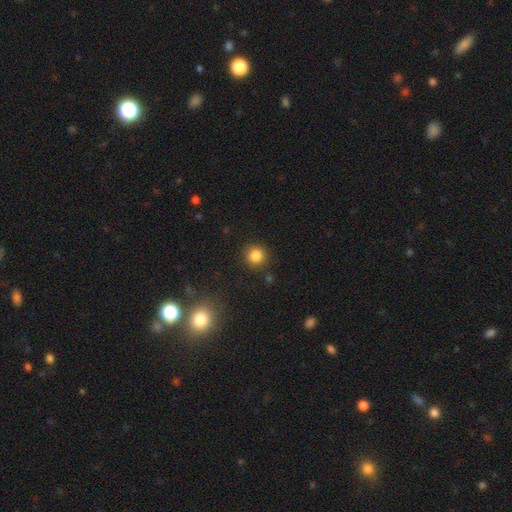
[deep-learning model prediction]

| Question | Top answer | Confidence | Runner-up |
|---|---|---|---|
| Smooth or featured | smooth | 84% | star or artifact (12%) |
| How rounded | round | 92% | in between (7%) |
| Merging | none | 89% | minor disturbance (7%) |